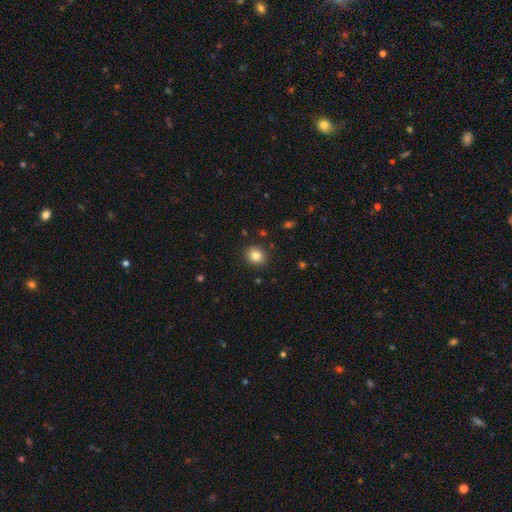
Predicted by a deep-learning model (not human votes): A smooth galaxy with no disk features (83%) that is round (77%).

Vote fractions:
- Smooth or featured? smooth: 83% / star or artifact: 11% / featured or disk: 7%
- How rounded? round: 77% / in between: 22% / cigar-shaped: 1%
- Merging? none: 90% / minor disturbance: 7% / major disturbance: 2% / merger: 1%